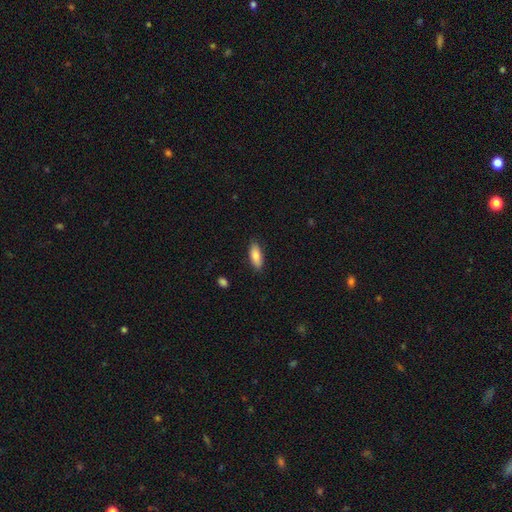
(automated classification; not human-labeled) smooth_or_featured: smooth (p=0.85) [alt: featured or disk p=0.09]
how_rounded: in between (p=0.76) [alt: cigar-shaped p=0.22]
merging: none (p=0.86) [alt: minor disturbance p=0.11]